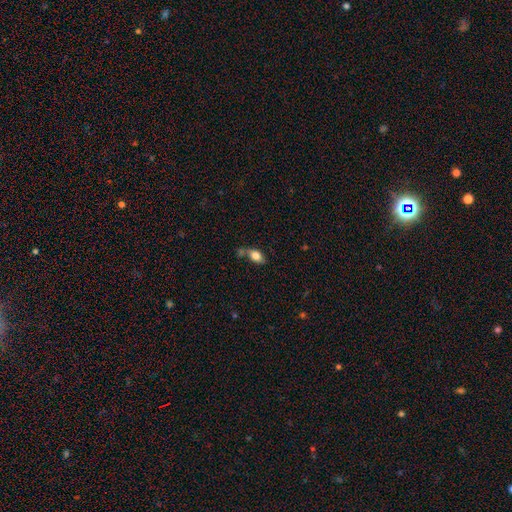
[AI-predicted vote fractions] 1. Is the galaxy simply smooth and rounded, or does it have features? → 80% smooth, 12% featured or disk, 8% star or artifact.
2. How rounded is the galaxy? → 87% in between, 9% round, 4% cigar-shaped.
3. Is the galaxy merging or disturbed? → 51% none, 21% minor disturbance, 20% merger, 8% major disturbance.